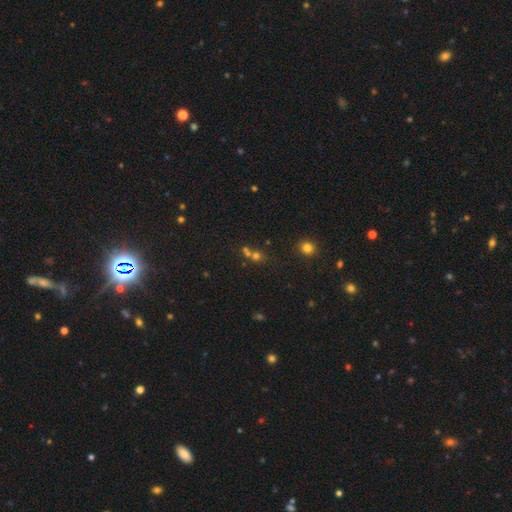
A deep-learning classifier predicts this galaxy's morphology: Smooth or featured?
  - smooth: 60% *
  - star or artifact: 27%
  - featured or disk: 13%
How rounded?
  - round: 83% *
  - in between: 16%
  - cigar-shaped: 1%
Merging?
  - none: 46% *
  - merger: 42%
  - minor disturbance: 7%
  - major disturbance: 4%